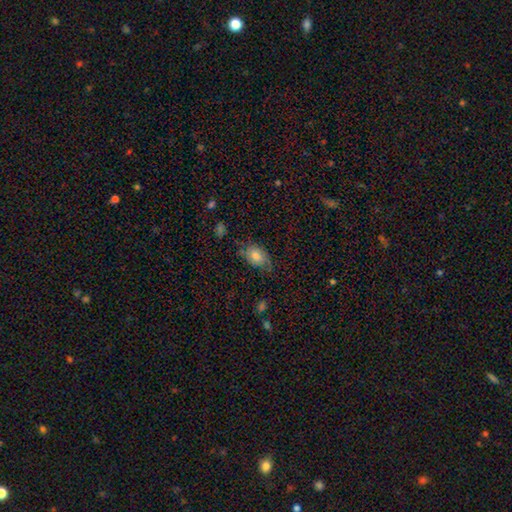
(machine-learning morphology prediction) A smooth galaxy with no disk features (68%) that is in between round and cigar-shaped (83%).

Vote fractions:
- Smooth or featured? smooth: 68% / featured or disk: 20% / star or artifact: 11%
- How rounded? in between: 83% / round: 15% / cigar-shaped: 2%
- Merging? none: 64% / minor disturbance: 25% / major disturbance: 9% / merger: 2%